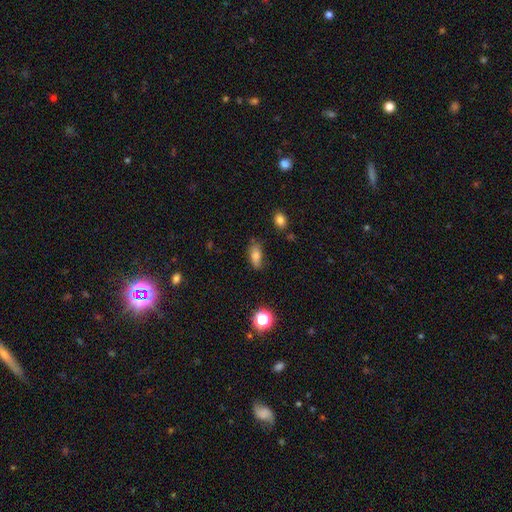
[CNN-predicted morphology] Smooth or featured: smooth — 76% (featured or disk — 13%)
How rounded: in between — 84% (cigar-shaped — 10%)
Merging: none — 61% (minor disturbance — 28%)